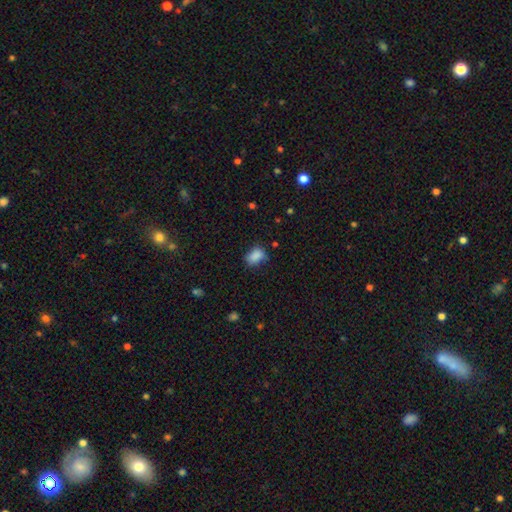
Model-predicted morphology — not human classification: smooth 85%, star or artifact 10%, featured or disk 5%. Down the decision tree: how rounded — in between (76%); merging — none (60%).